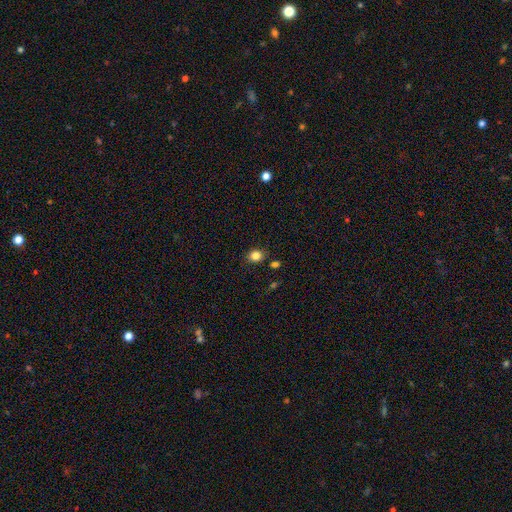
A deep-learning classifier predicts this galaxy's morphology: Smooth or featured? smooth (83%)
How rounded? round (63%)
Merging? none (83%)